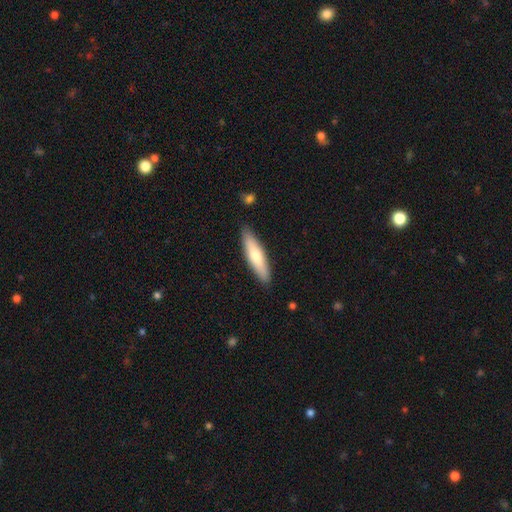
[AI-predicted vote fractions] Smooth or featured? Predicted: smooth (p=0.64). How rounded? Predicted: cigar-shaped (p=0.78). Merging? Predicted: none (p=0.88).